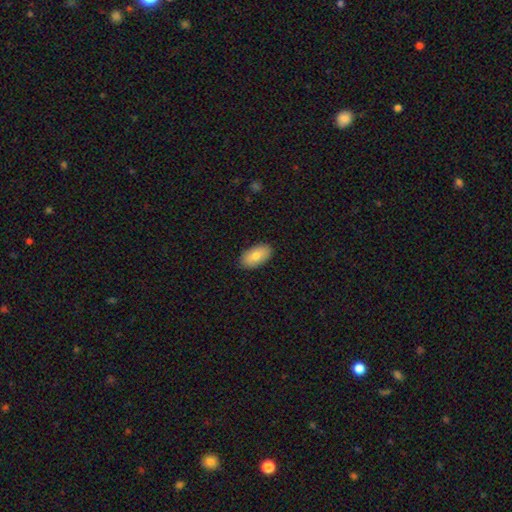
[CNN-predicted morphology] type=smooth (79%); roundness=in between (95%); merging=none (89%).